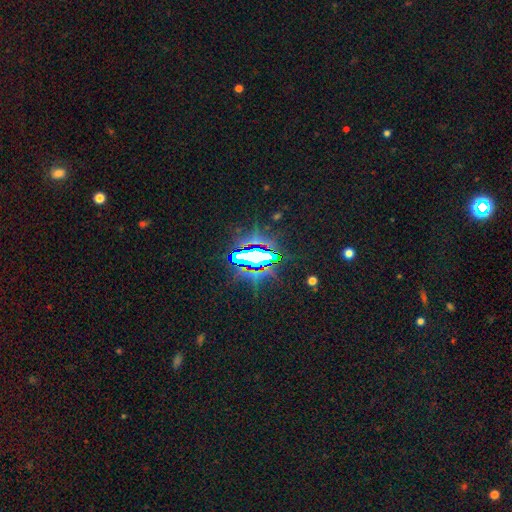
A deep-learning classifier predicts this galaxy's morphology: smooth-or-featured: star or artifact: 70% | smooth: 16% | featured or disk: 14%